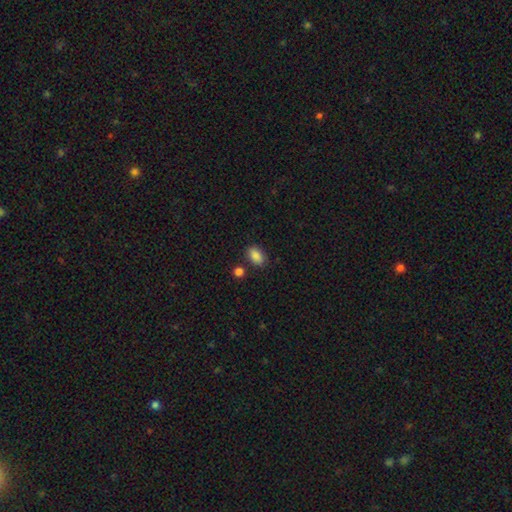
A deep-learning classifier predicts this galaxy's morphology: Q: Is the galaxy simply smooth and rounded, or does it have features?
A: smooth — 87%.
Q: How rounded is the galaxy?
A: in between — 87%.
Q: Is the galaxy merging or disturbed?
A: none — 81%.